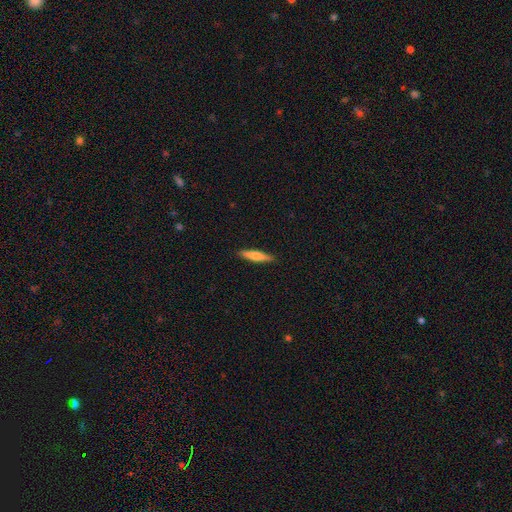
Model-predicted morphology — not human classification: smooth-or-featured: smooth: 67% | featured or disk: 27% | star or artifact: 5%
  how-rounded: cigar-shaped: 86% | in between: 12% | round: 2%
  merging: none: 90% | minor disturbance: 7% | major disturbance: 2% | merger: 1%